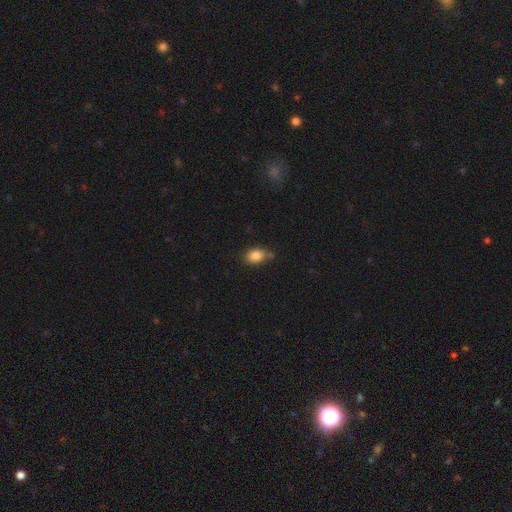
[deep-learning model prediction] Smooth or featured: smooth — 84% (star or artifact — 9%)
How rounded: in between — 79% (round — 20%)
Merging: none — 66% (minor disturbance — 23%)